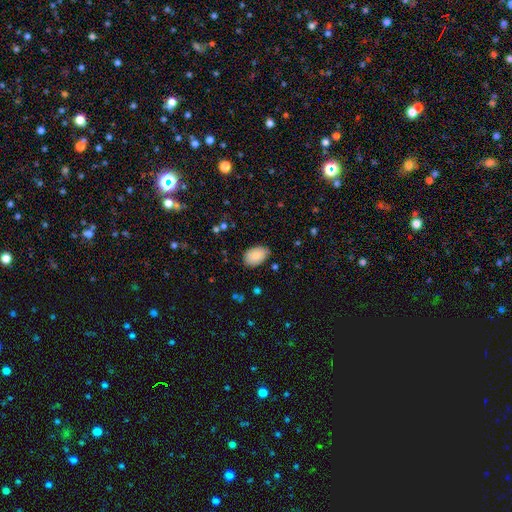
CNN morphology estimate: smooth-or-featured: smooth: 84% | featured or disk: 9% | star or artifact: 7%
  how-rounded: in between: 86% | round: 13% | cigar-shaped: 1%
  merging: none: 78% | minor disturbance: 18% | major disturbance: 3% | merger: 1%